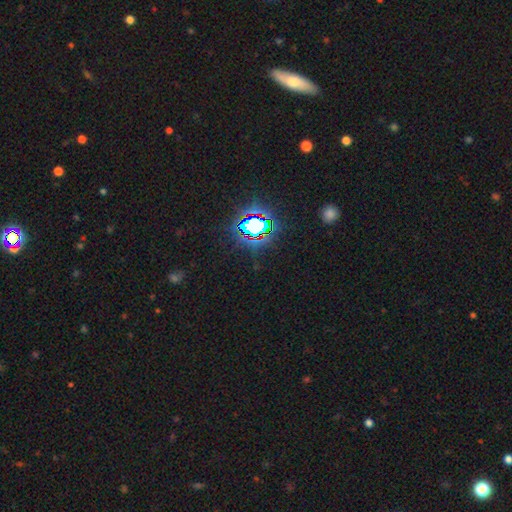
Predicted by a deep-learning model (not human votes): Smooth or featured: star or artifact — 80% (smooth — 12%)